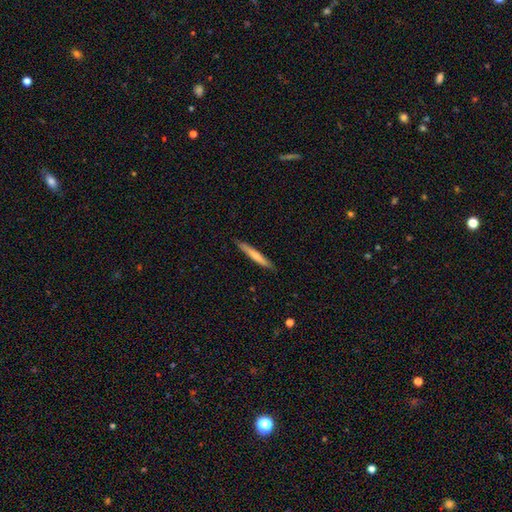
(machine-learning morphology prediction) The model was most divided on "smooth or featured": smooth: 60%, featured or disk: 34%, star or artifact: 5%. More confident: how rounded — cigar-shaped (95%); merging — none (89%).